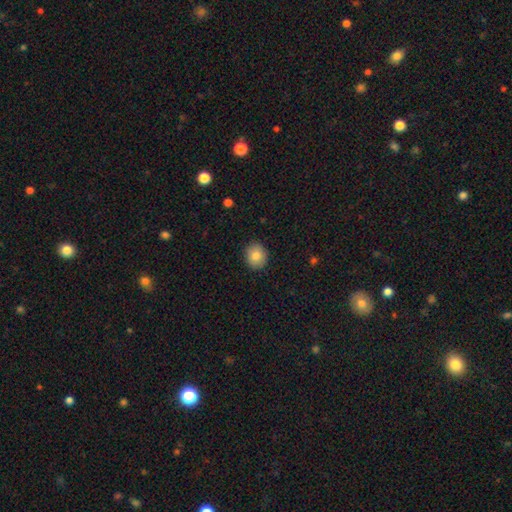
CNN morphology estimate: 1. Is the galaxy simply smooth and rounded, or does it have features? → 83% smooth, 9% star or artifact, 8% featured or disk.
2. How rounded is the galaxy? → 70% round, 30% in between, 1% cigar-shaped.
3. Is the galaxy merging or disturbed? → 90% none, 7% minor disturbance, 2% major disturbance, 1% merger.